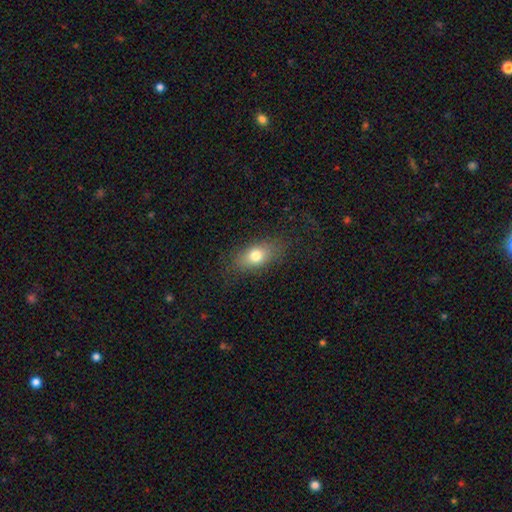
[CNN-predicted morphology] smooth_or_featured: smooth (p=0.76) [alt: featured or disk p=0.14]
how_rounded: in between (p=0.77) [alt: round p=0.16]
merging: none (p=0.80) [alt: minor disturbance p=0.14]